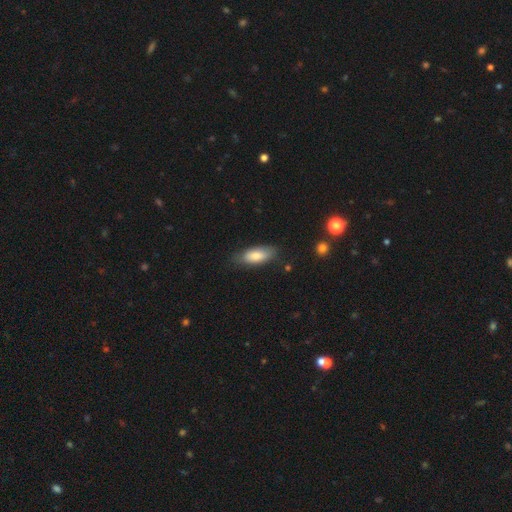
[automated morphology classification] A smooth galaxy with no disk features (79%) that is in between round and cigar-shaped (78%).

Vote fractions:
- Smooth or featured? smooth: 79% / featured or disk: 15% / star or artifact: 6%
- How rounded? in between: 78% / cigar-shaped: 20% / round: 2%
- Merging? none: 76% / minor disturbance: 18% / major disturbance: 4% / merger: 2%